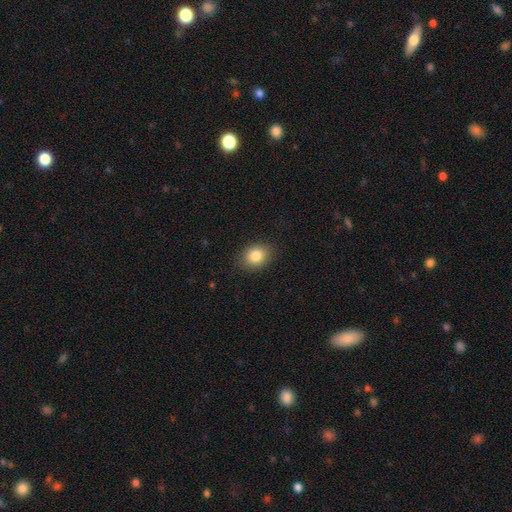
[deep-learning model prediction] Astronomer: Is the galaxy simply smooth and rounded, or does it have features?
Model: smooth — 84%.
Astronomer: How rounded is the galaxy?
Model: in between — 52% (runner-up: round, 47%).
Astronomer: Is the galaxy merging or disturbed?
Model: none — 86%.